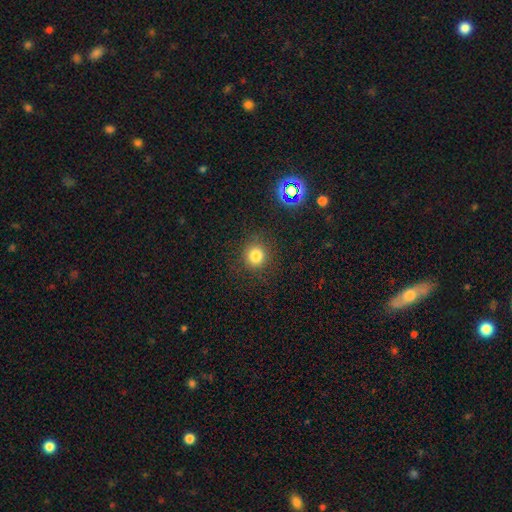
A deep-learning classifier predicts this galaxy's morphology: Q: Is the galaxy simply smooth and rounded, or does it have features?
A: smooth — 79%.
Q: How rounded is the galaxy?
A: round — 91%.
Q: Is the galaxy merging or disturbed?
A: none — 87%.